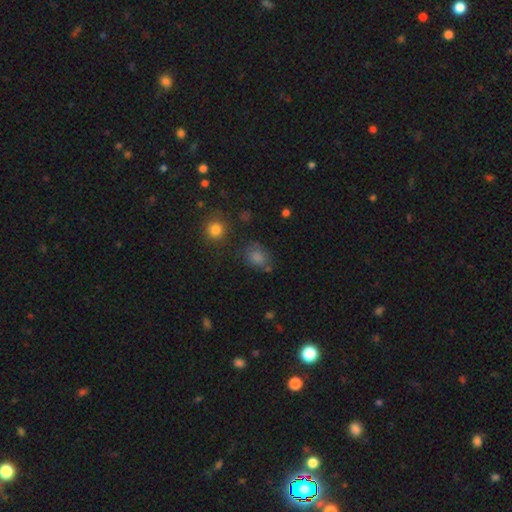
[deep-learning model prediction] Overall: smooth (69%). How rounded: round (56%; in between 43%). Merging: none (69%).